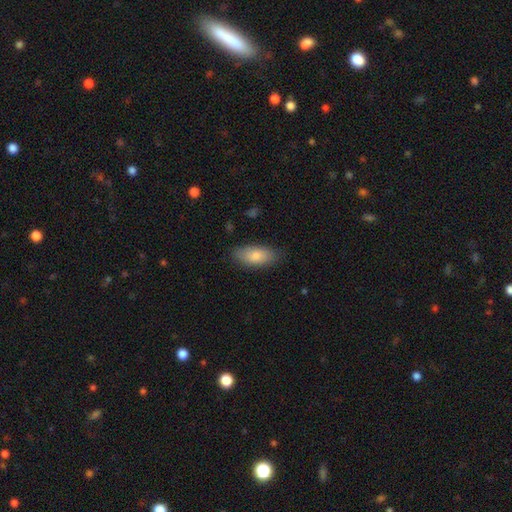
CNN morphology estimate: type=smooth (83%); roundness=in between (87%); merging=none (83%).